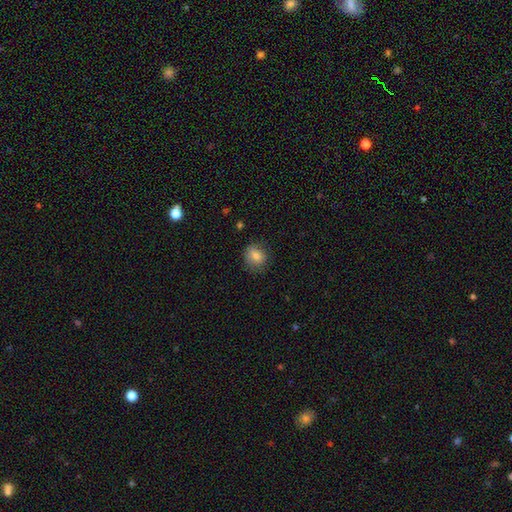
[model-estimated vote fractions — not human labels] Morphology: type=smooth (78%); roundness=round (65%); merging=none (77%).